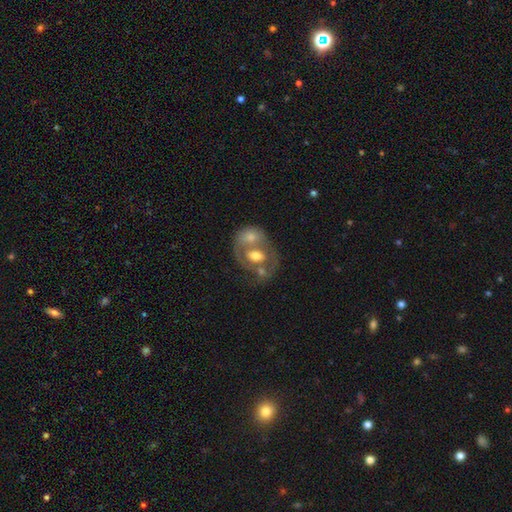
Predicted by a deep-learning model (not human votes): Smooth or featured? Predicted: featured or disk (p=0.55). Edge-on disk? Predicted: no (p=0.96). Bar? Predicted: no (p=0.70). Spiral arms? Predicted: no (p=0.68). Bulge size? Predicted: moderate (p=0.66). Merging? Predicted: merger (p=0.57).